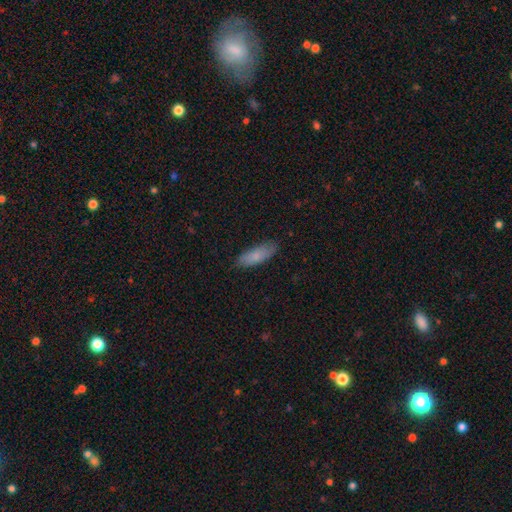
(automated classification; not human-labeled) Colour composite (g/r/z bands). It shows a smooth galaxy with no disk features (79%) that is in between round and cigar-shaped (62%). Merging: none (78%).